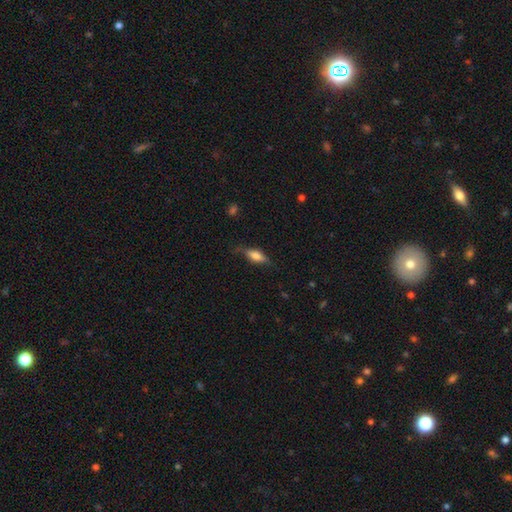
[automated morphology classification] This is possibly a smooth galaxy (60%). How rounded: likely in between (66%). Merging: likely none (69%).